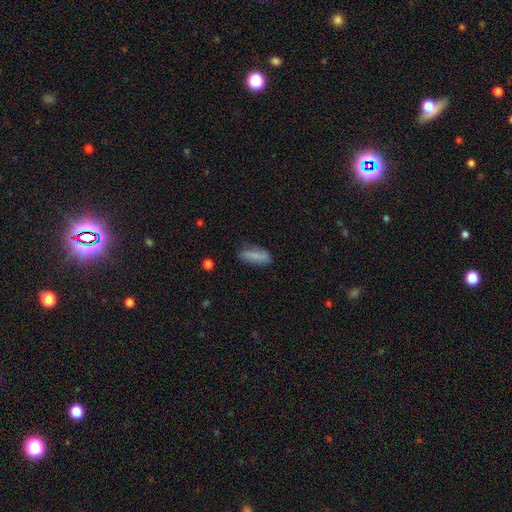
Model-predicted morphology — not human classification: Smooth or featured?
  - smooth: 79% *
  - featured or disk: 13%
  - star or artifact: 7%
How rounded?
  - in between: 61% *
  - cigar-shaped: 36%
  - round: 2%
Merging?
  - none: 71% *
  - minor disturbance: 21%
  - major disturbance: 5%
  - merger: 2%